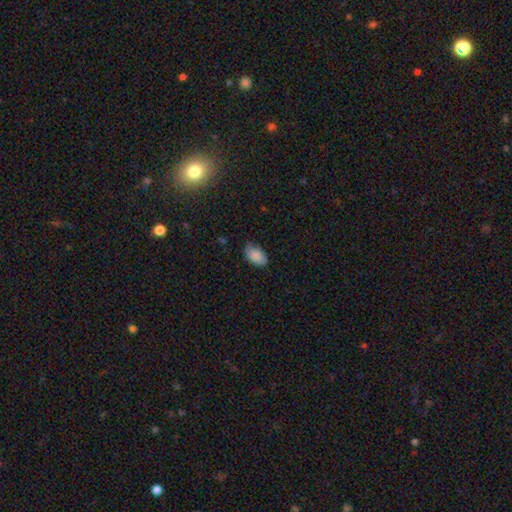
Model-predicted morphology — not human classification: smooth 88%, star or artifact 7%, featured or disk 5%. Down the decision tree: how rounded — in between (92%); merging — none (74%).